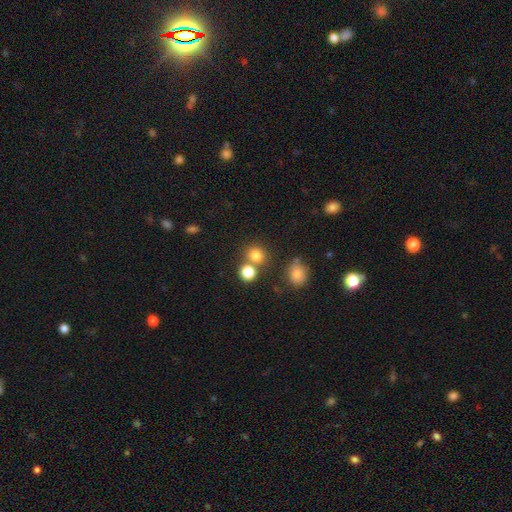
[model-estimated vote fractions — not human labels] The model was most divided on "merging": none: 65%, merger: 24%, minor disturbance: 8%, major disturbance: 3%. More confident: how rounded — round (83%); smooth or featured — smooth (77%).